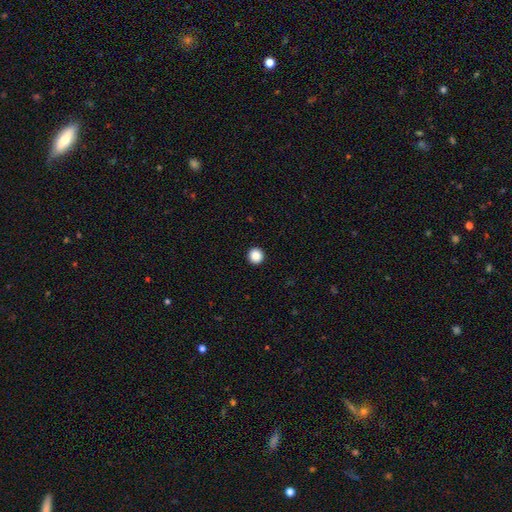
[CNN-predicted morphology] type=smooth (88%); roundness=round (95%); merging=none (94%).